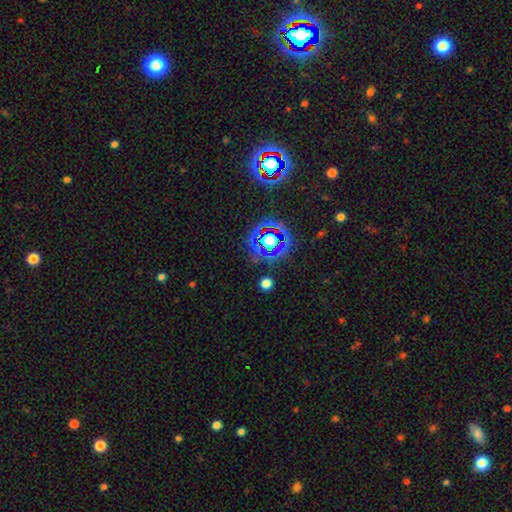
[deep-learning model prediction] Smooth or featured?
  - star or artifact: 77% *
  - smooth: 13%
  - featured or disk: 9%